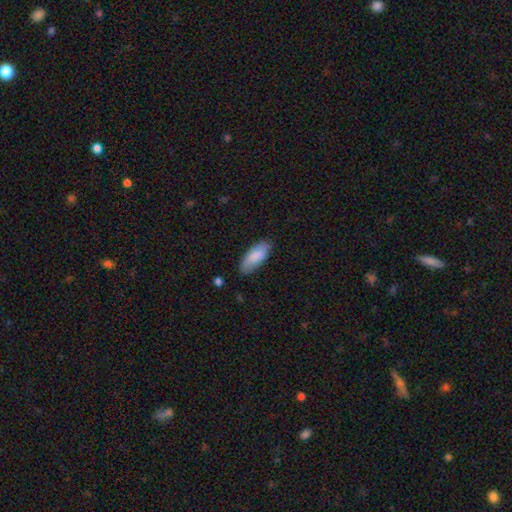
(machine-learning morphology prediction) This is clearly a smooth galaxy (85%). How rounded: clearly in between (81%). Merging: clearly none (81%).